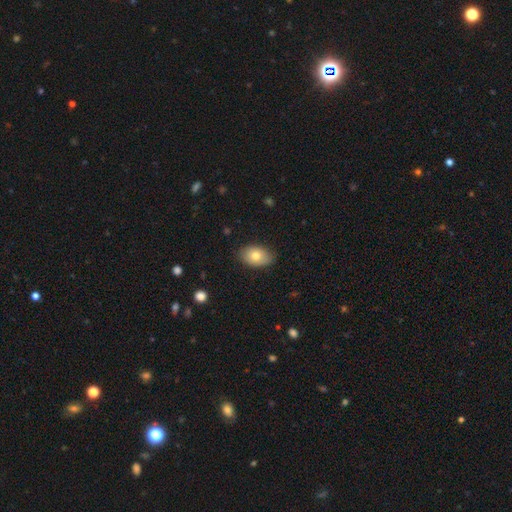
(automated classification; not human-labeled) smooth 77%, featured or disk 16%, star or artifact 8%. Down the decision tree: how rounded — in between (87%); merging — none (83%).